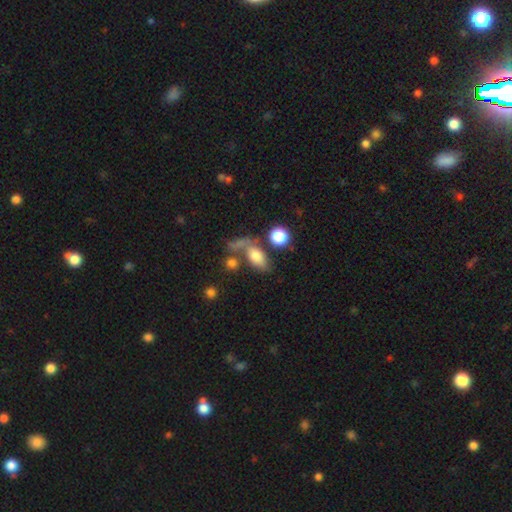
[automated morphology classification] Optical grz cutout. It shows a smooth galaxy with no disk features (71%) that is in between round and cigar-shaped (81%). Merging: none (38%).